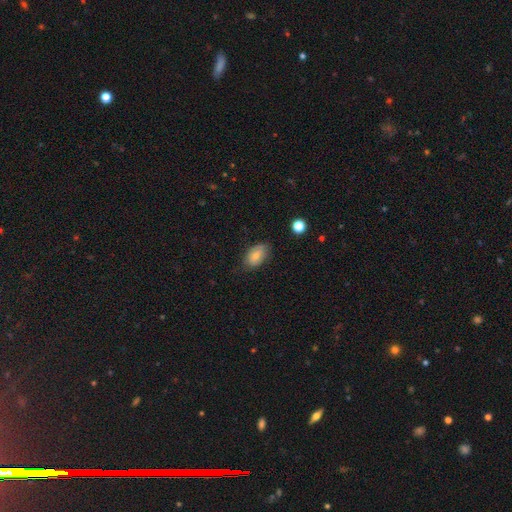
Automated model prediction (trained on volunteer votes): A smooth galaxy with no disk features (75%) that is in between round and cigar-shaped (91%). Merging: none (74%).